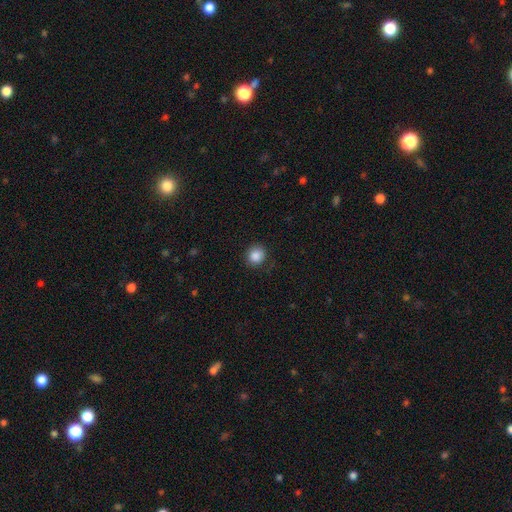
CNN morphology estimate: A smooth galaxy with no disk features (87%) that is round (87%).

Vote fractions:
- Smooth or featured? smooth: 87% / star or artifact: 10% / featured or disk: 4%
- How rounded? round: 87% / in between: 12% / cigar-shaped: 1%
- Merging? none: 85% / minor disturbance: 11% / major disturbance: 3% / merger: 1%